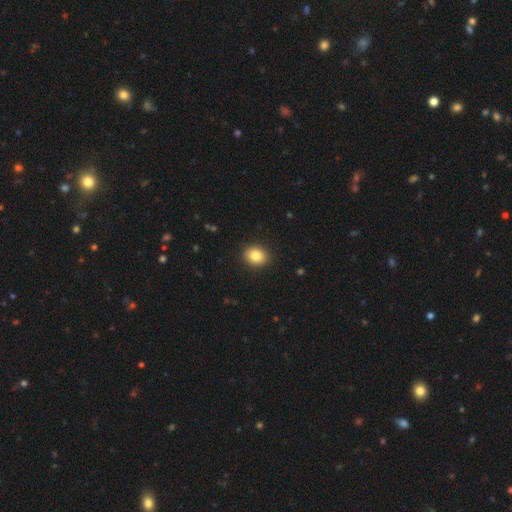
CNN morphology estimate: Overall: smooth (85%). How rounded: round (58%; in between 41%). Merging: none (91%).